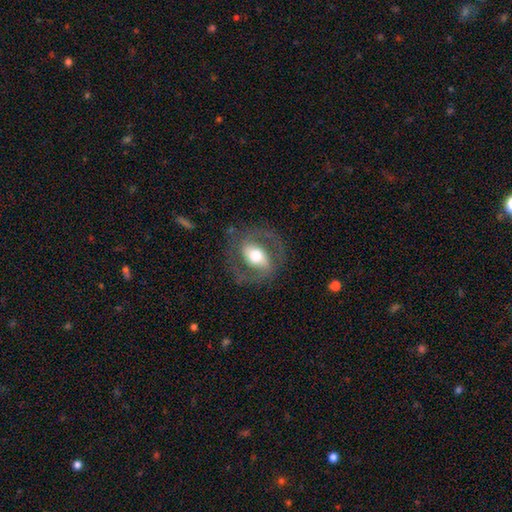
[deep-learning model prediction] featured or disk 74%, smooth 20%, star or artifact 6%. Down the decision tree: edge-on disk — no (95%); bar — strong (39%); spiral arms — yes (75%); spiral arm count — 2 (88%); spiral winding — medium (53%); bulge size — moderate (59%); merging — none (77%).